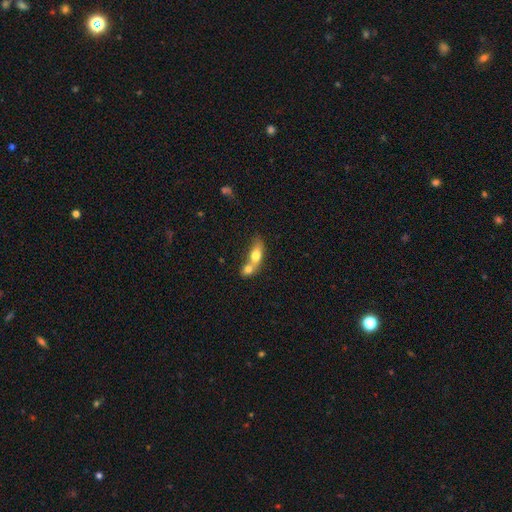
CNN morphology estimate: Smooth or featured? smooth (69%)
How rounded? in between (67%)
Merging? merger (73%)